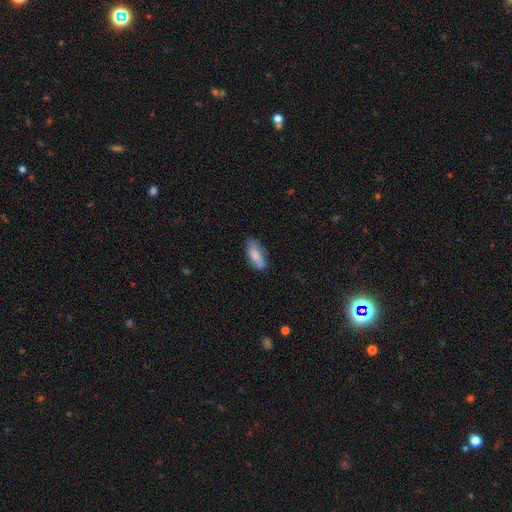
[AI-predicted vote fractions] Morphology: type=smooth (72%); roundness=in between (80%); merging=none (64%).